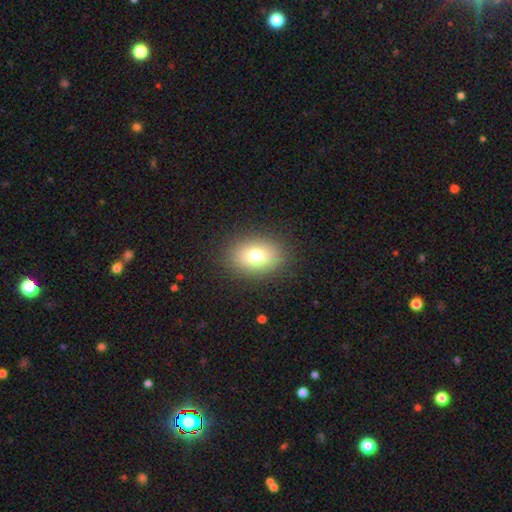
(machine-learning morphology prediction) This is likely a smooth galaxy (75%). How rounded: likely in between (68%). Merging: clearly none (87%).